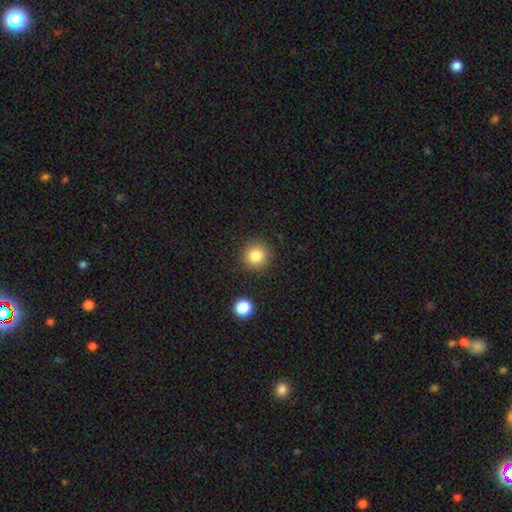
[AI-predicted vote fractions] A smooth galaxy with no disk features (83%) that is round (94%).

Vote fractions:
- Smooth or featured? smooth: 83% / star or artifact: 11% / featured or disk: 6%
- How rounded? round: 94% / in between: 5% / cigar-shaped: 1%
- Merging? none: 88% / minor disturbance: 7% / major disturbance: 2% / merger: 2%